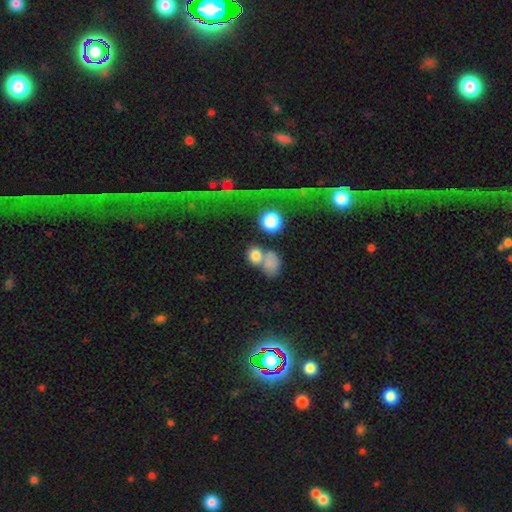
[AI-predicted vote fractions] smooth 77%, star or artifact 13%, featured or disk 10%. Down the decision tree: how rounded — round (54%); merging — merger (41%, tied with none).